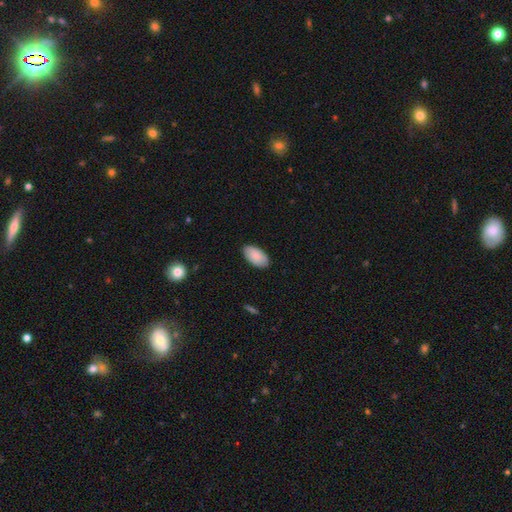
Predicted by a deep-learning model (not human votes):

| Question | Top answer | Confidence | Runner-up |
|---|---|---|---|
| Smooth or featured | smooth | 86% | featured or disk (8%) |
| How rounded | in between | 96% | round (3%) |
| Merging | none | 86% | minor disturbance (11%) |